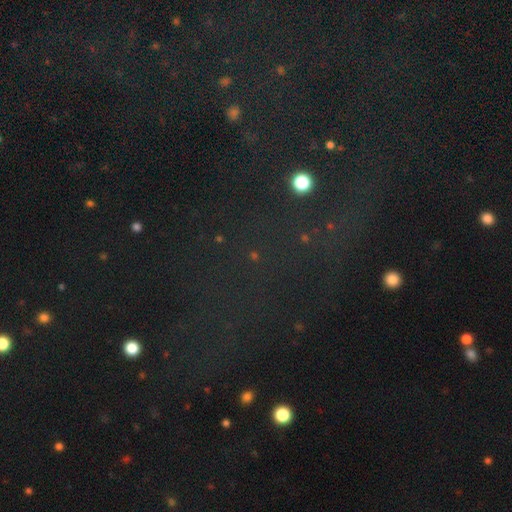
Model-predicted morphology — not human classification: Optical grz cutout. It shows a star or artifact, not a galaxy (72%).